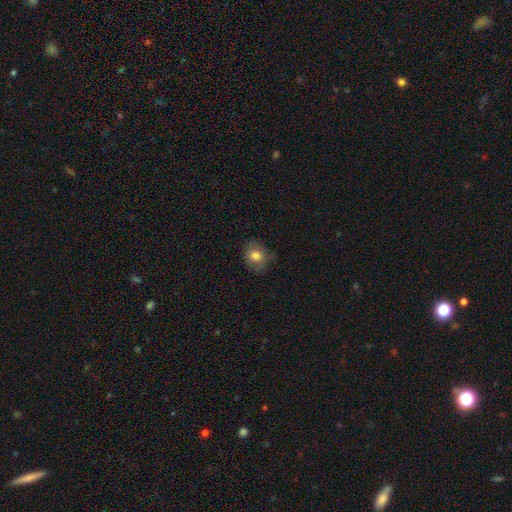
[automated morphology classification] This is likely a smooth galaxy (77%). How rounded: likely round (67%). Merging: likely none (73%).